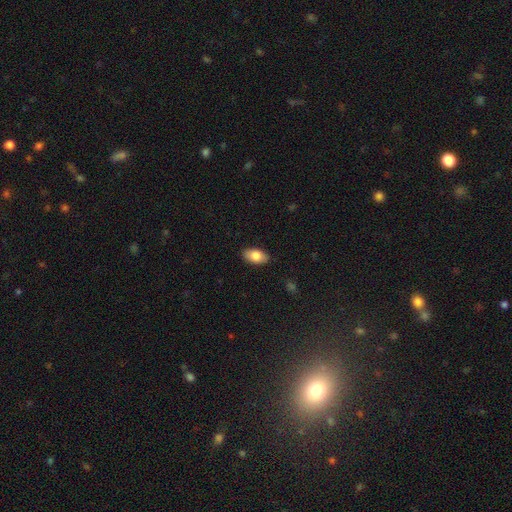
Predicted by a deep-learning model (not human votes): Overall: smooth (82%). How rounded: in between (93%). Merging: none (87%).